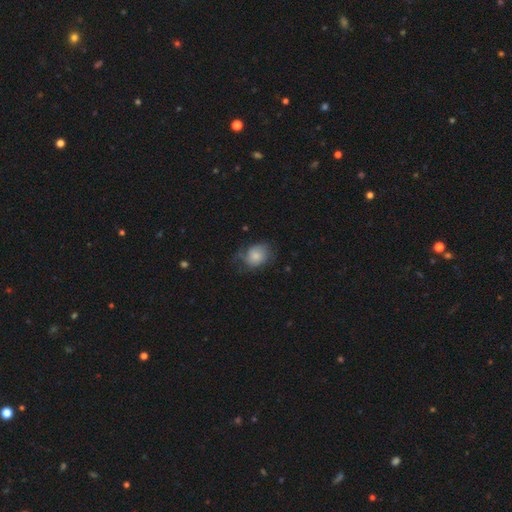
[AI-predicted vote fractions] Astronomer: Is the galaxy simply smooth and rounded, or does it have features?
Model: smooth — 70%.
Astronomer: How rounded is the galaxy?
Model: in between — 52% (runner-up: round, 47%).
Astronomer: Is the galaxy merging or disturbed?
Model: none — 46% (runner-up: minor disturbance, 33%).